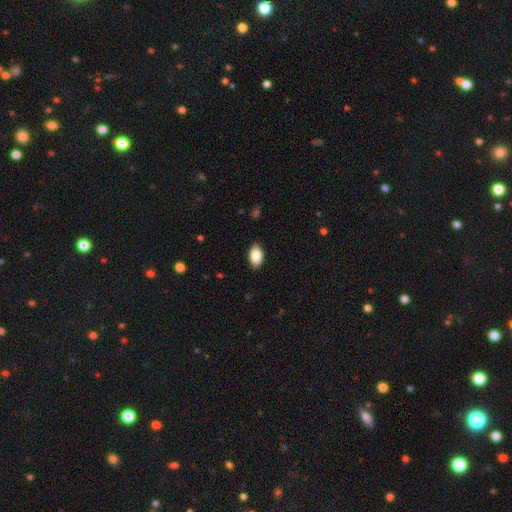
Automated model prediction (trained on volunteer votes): Smooth or featured?
  - smooth: 86% *
  - star or artifact: 7%
  - featured or disk: 7%
How rounded?
  - in between: 92% *
  - round: 7%
  - cigar-shaped: 2%
Merging?
  - none: 87% *
  - minor disturbance: 10%
  - major disturbance: 2%
  - merger: 1%